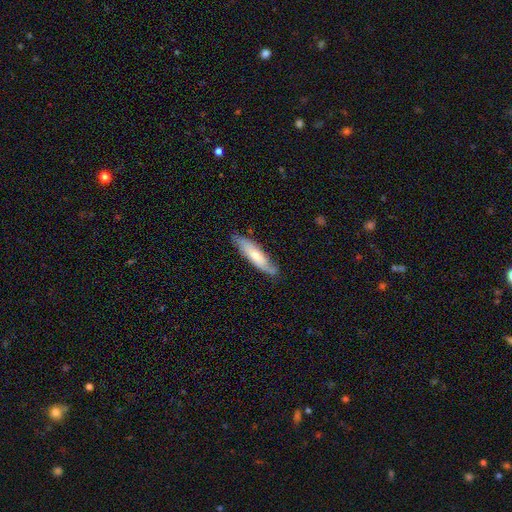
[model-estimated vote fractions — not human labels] Morphology: type=smooth (49%); merging=none (75%).